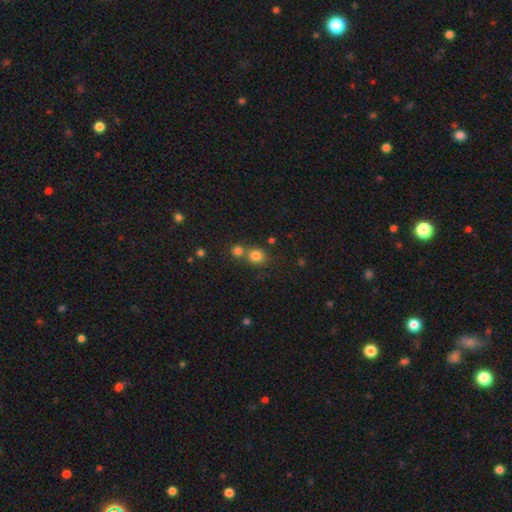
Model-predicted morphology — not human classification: Smooth or featured? smooth (80%)
How rounded? round (83%)
Merging? none (56%)